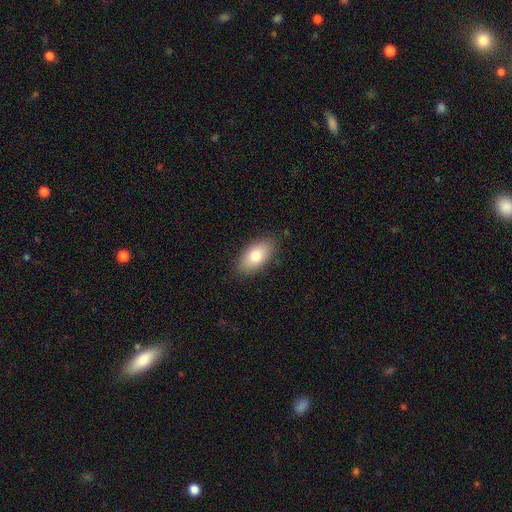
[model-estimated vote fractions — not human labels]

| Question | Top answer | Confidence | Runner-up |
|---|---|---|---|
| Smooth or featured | smooth | 77% | featured or disk (16%) |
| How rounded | in between | 91% | cigar-shaped (5%) |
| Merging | none | 86% | minor disturbance (11%) |